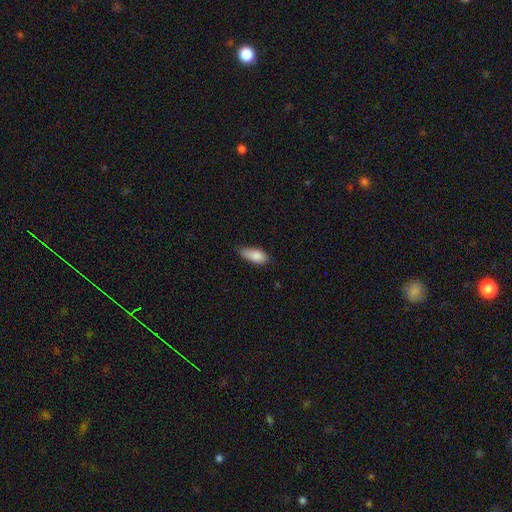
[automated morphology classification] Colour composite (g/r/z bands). It shows a smooth galaxy with no disk features (85%) that is in between round and cigar-shaped (83%). Merging: none (60%).